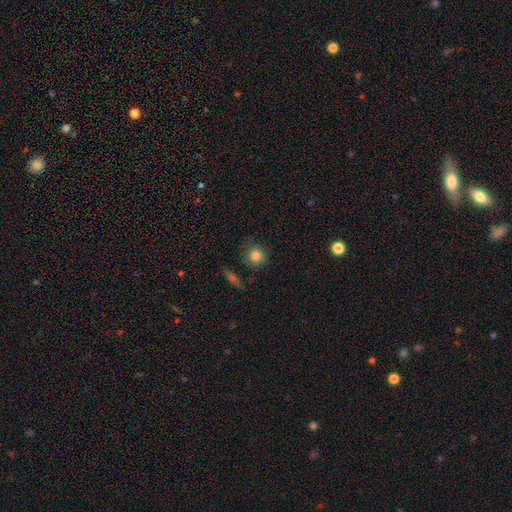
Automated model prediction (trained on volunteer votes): Smooth or featured? Predicted: smooth (p=0.82). How rounded? Predicted: round (p=0.91). Merging? Predicted: none (p=0.81).